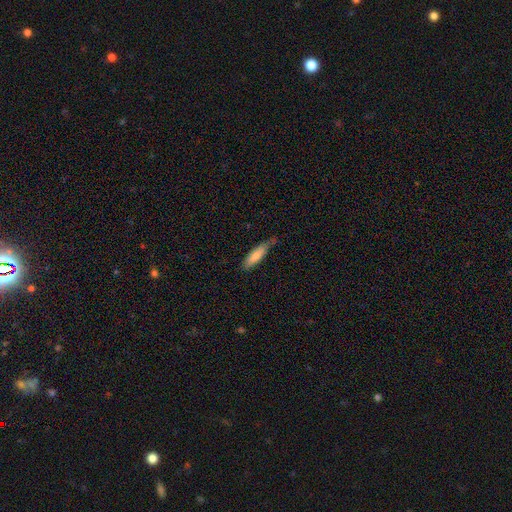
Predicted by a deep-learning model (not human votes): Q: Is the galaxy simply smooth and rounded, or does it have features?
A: smooth — 77%.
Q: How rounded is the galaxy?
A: cigar-shaped — 67%.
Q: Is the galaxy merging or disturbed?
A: none — 63%.